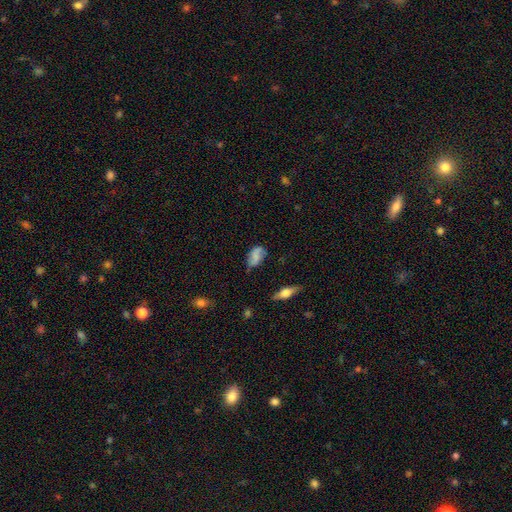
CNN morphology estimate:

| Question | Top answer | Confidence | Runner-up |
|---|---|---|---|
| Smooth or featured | smooth | 53% | featured or disk (38%) |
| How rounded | in between | 86% | round (9%) |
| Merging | none | 66% | minor disturbance (25%) |